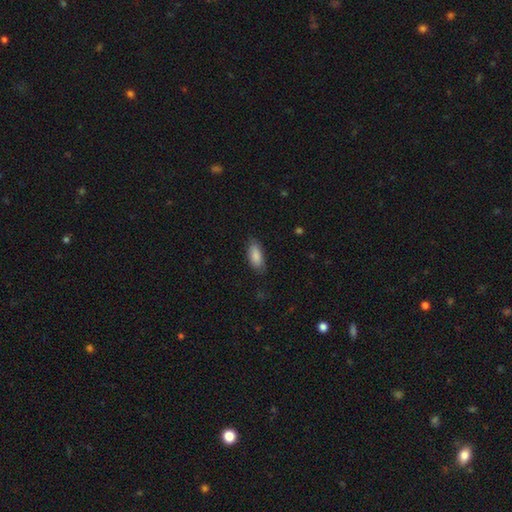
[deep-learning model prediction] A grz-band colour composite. It shows a smooth galaxy with no disk features (88%) that is in between round and cigar-shaped (83%). Merging: none (81%).